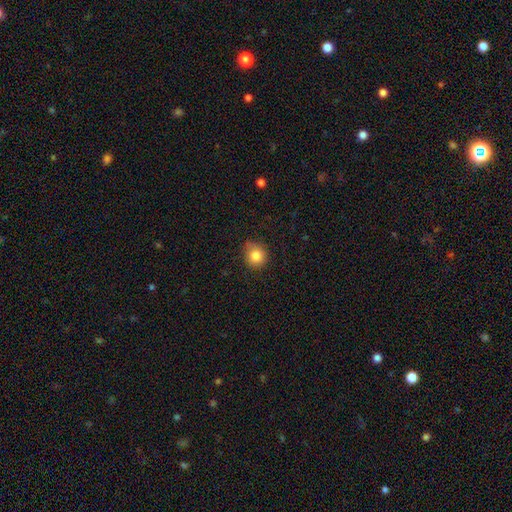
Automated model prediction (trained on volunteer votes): Morphology: type=smooth (83%); roundness=round (87%); merging=none (76%).